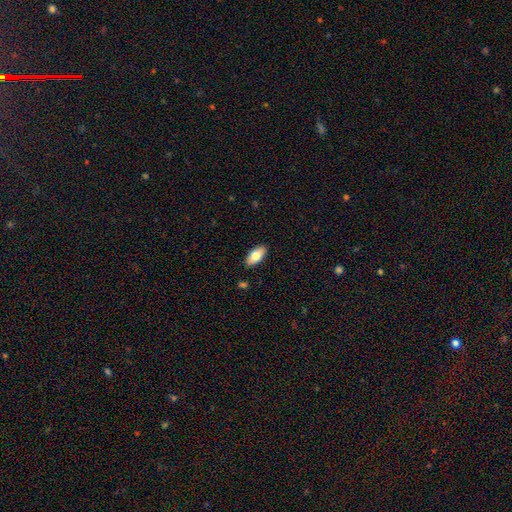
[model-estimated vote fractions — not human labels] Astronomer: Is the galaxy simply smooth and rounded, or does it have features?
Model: smooth — 78%.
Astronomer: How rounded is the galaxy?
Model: in between — 91%.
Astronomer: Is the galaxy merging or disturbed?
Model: none — 89%.